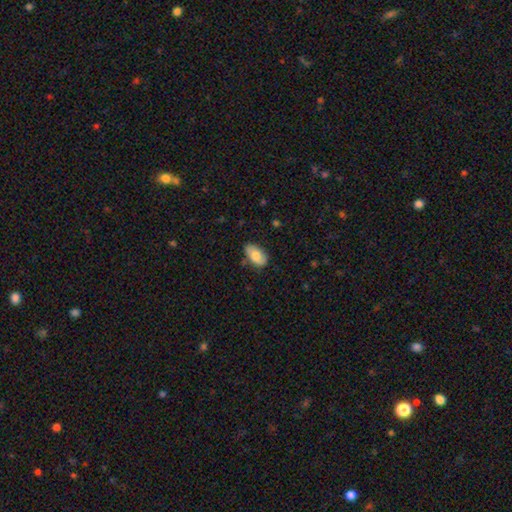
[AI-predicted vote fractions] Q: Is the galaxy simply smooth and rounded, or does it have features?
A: smooth — 71%.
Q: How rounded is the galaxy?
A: in between — 92%.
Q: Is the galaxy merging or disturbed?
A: none — 74%.